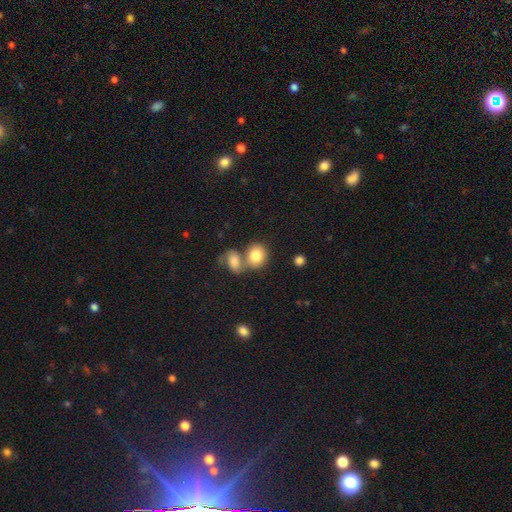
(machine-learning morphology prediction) type=smooth (81%); roundness=round (63%); merging=merger (54%).